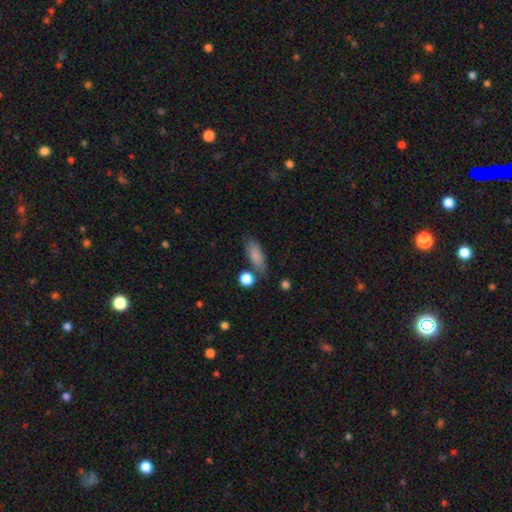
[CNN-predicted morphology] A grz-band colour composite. It shows a smooth galaxy with no disk features (84%) that is in between round and cigar-shaped (65%). Merging: none (72%).